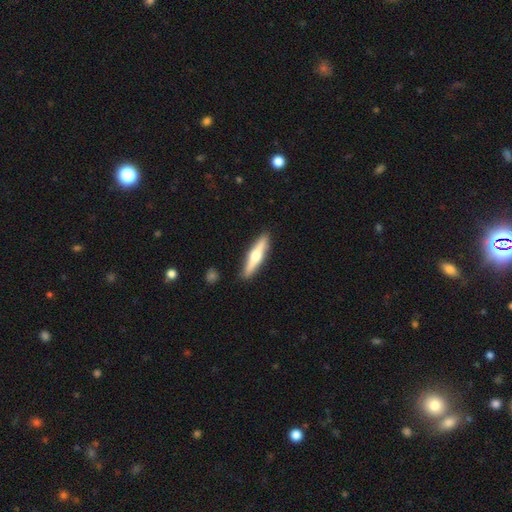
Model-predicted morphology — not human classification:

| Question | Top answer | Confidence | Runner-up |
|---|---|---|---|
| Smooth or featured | featured or disk | 55% | smooth (40%) |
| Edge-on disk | yes | 95% | no (5%) |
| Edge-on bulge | rounded | 92% | none (4%) |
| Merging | none | 89% | minor disturbance (7%) |